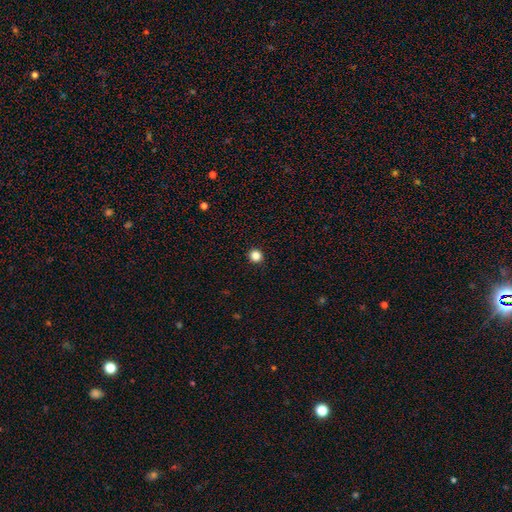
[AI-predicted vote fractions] The model was most divided on "smooth or featured": smooth: 85%, star or artifact: 12%, featured or disk: 3%. More confident: how rounded — round (94%); merging — none (94%).